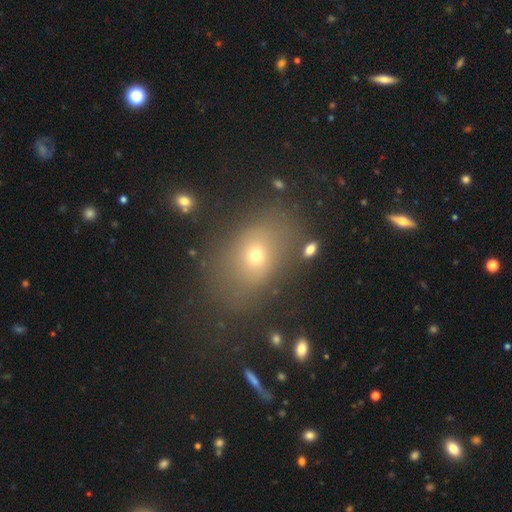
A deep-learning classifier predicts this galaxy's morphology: smooth 62%, star or artifact 21%, featured or disk 17%. Down the decision tree: how rounded — in between (62%); merging — none (74%).